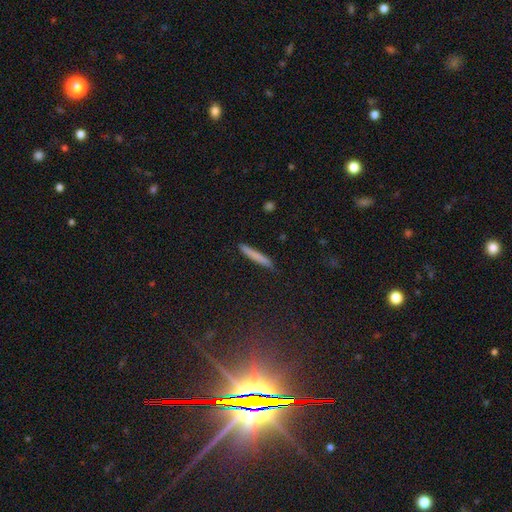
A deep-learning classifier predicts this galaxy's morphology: Smooth or featured: smooth — 75% (featured or disk — 18%)
How rounded: cigar-shaped — 96% (in between — 3%)
Merging: none — 89% (minor disturbance — 8%)